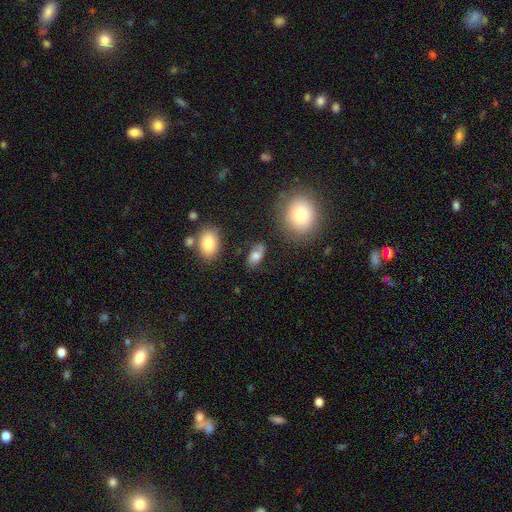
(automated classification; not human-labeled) This appears to be a smooth galaxy with no disk features (71%) that is in between round and cigar-shaped (88%). Merging: none (70%).